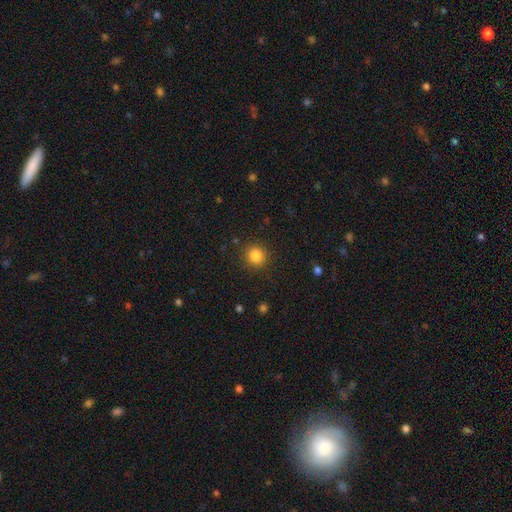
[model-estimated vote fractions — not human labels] This appears to be a smooth galaxy with no disk features (84%) that is round (90%). Merging: none (89%).